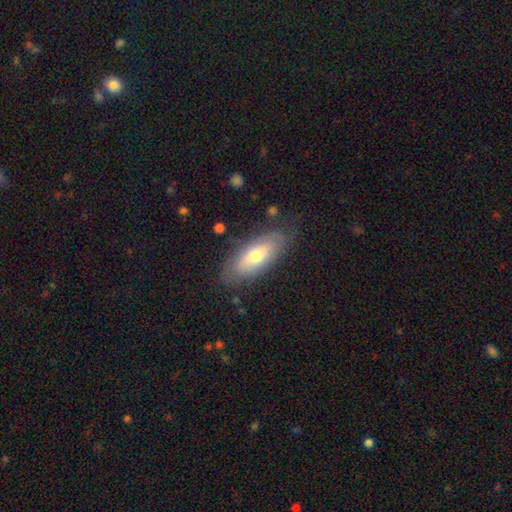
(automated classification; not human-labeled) Q: Smooth or featured?
A: smooth (59%); runner-up: featured or disk (35%)
Q: How rounded?
A: in between (78%); runner-up: cigar-shaped (19%)
Q: Merging?
A: none (79%); runner-up: minor disturbance (15%)